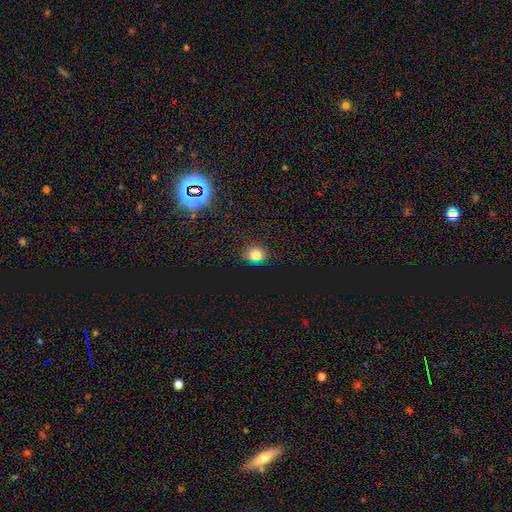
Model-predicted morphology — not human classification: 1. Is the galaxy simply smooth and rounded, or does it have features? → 70% smooth, 24% star or artifact, 6% featured or disk.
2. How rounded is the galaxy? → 68% round, 31% in between, 2% cigar-shaped.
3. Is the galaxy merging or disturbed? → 81% none, 13% minor disturbance, 4% major disturbance, 2% merger.